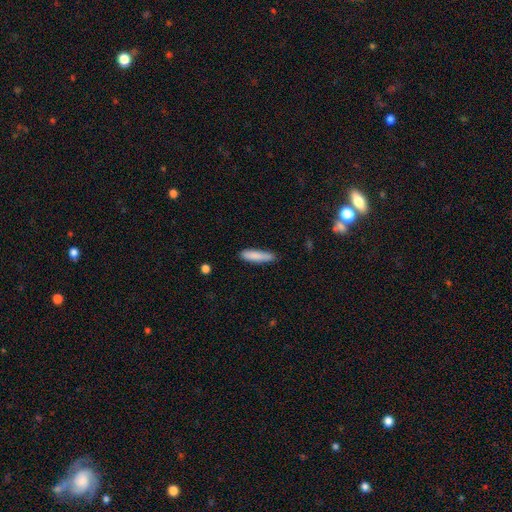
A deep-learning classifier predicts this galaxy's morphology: smooth_or_featured: smooth (p=0.85) [alt: featured or disk p=0.09]
how_rounded: cigar-shaped (p=0.78) [alt: in between p=0.20]
merging: none (p=0.80) [alt: minor disturbance p=0.16]